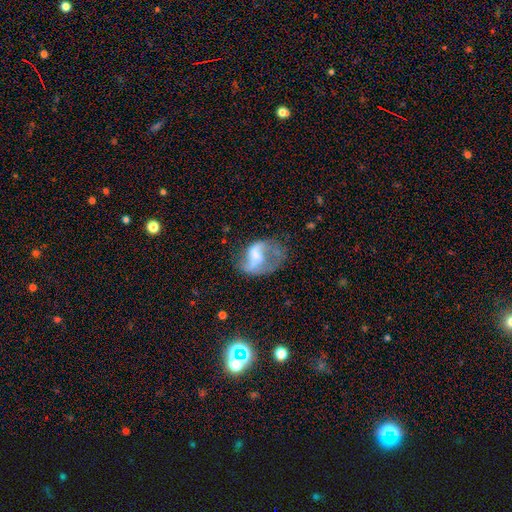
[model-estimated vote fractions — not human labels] Smooth or featured? featured or disk (66%)
Edge-on disk? no (97%)
Bar? weak (42%)
Spiral arms? yes (72%)
Bulge size? none (31%)
Merging? major disturbance (40%)